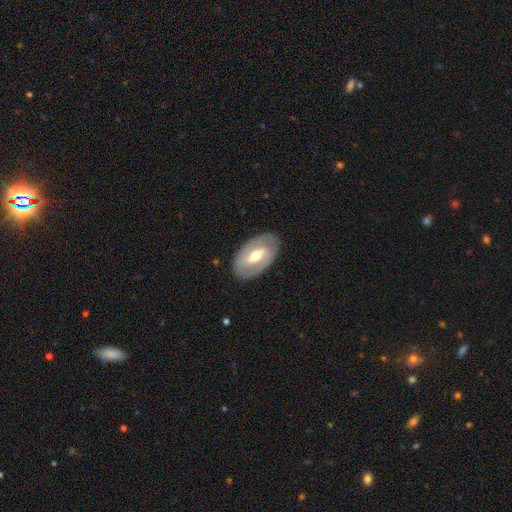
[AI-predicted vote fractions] The model was most divided on "spiral arms": yes: 51%, no: 49%. Remaining: edge-on disk — no (91%); merging — none (85%); bulge size — moderate (69%); smooth or featured — featured or disk (66%); bar — weak (41%).